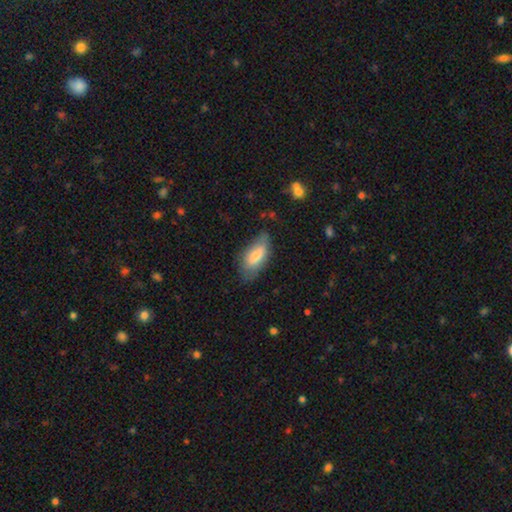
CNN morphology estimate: type=smooth (71%); roundness=in between (82%); merging=none (66%).